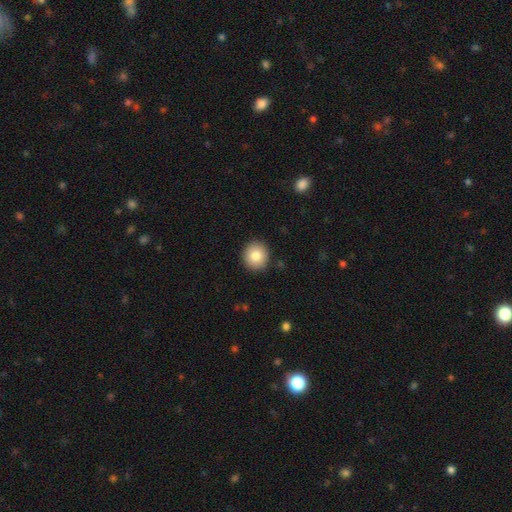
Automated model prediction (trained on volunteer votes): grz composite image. It shows a smooth galaxy with no disk features (82%) that is round (87%). Merging: none (90%).